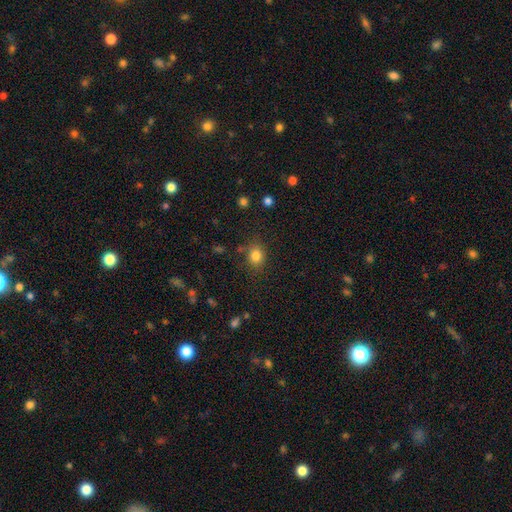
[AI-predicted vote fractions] This appears to be a smooth galaxy with no disk features (82%) that is round (60%). Merging: none (79%).